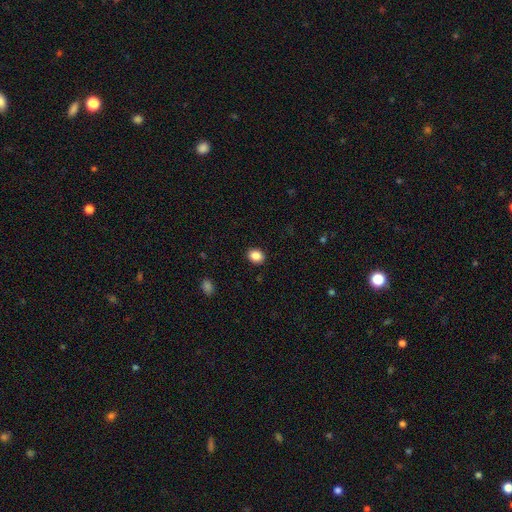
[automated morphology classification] This appears to be a smooth galaxy with no disk features (86%) that is round (55%). Merging: none (90%).